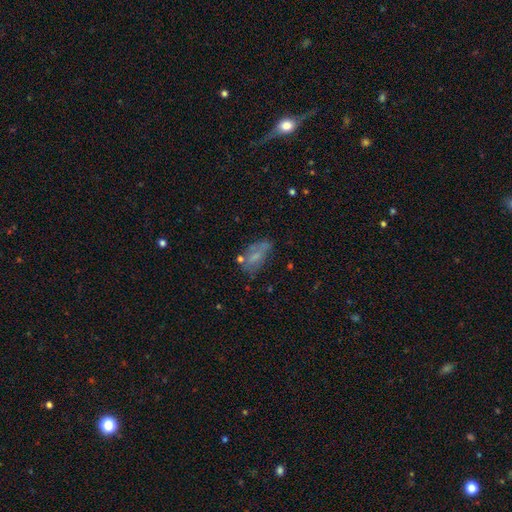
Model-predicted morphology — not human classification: A smooth galaxy with no disk features (54%) that is in between round and cigar-shaped (83%).

Vote fractions:
- Smooth or featured? smooth: 54% / featured or disk: 35% / star or artifact: 12%
- How rounded? in between: 83% / cigar-shaped: 12% / round: 5%
- Merging? none: 47% / minor disturbance: 26% / major disturbance: 17% / merger: 10%